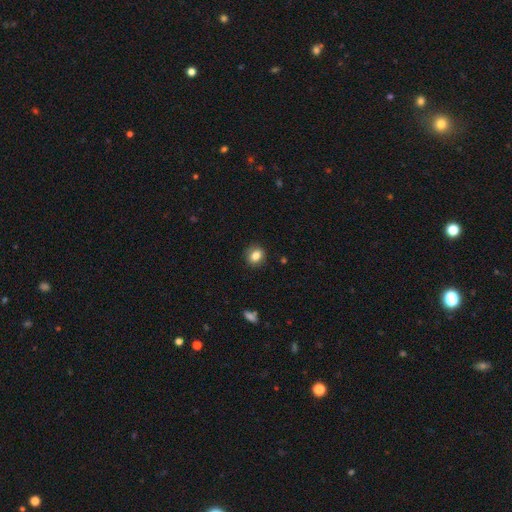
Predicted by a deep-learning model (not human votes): smooth_or_featured: smooth (p=0.82) [alt: star or artifact p=0.09]
how_rounded: round (p=0.59) [alt: in between p=0.40]
merging: none (p=0.86) [alt: minor disturbance p=0.10]